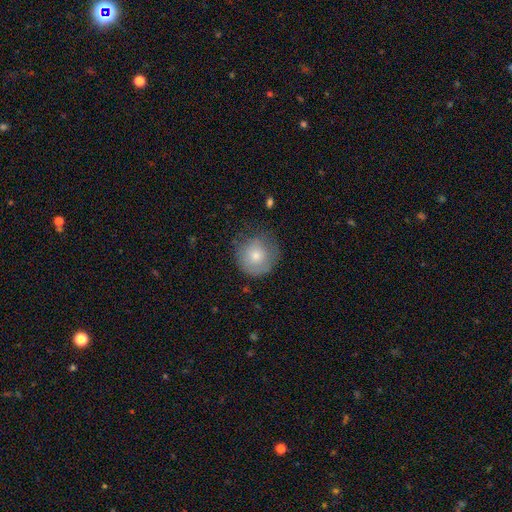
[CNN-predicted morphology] This is likely a smooth galaxy (73%). How rounded: clearly round (91%). Merging: likely none (63%).